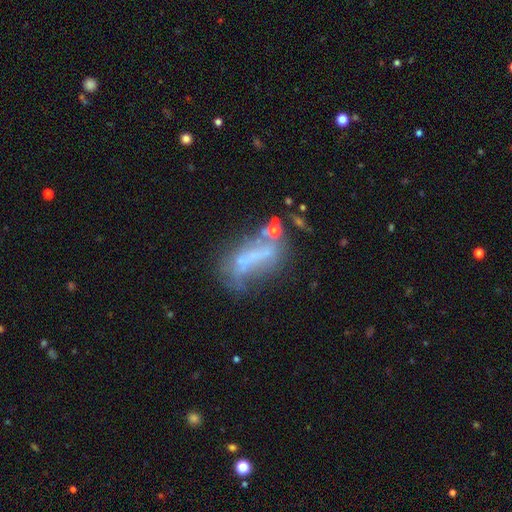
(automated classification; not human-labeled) A featured or disk galaxy (52%). Merging: none (33%).